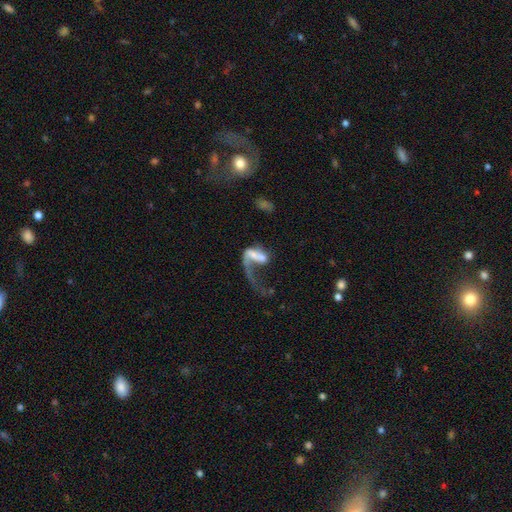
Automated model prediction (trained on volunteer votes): featured or disk 61%, smooth 30%, star or artifact 9%. Down the decision tree: edge-on disk — no (95%); bar — no (50%); spiral arms — yes (64%); bulge size — none (34%); merging — major disturbance (50%).